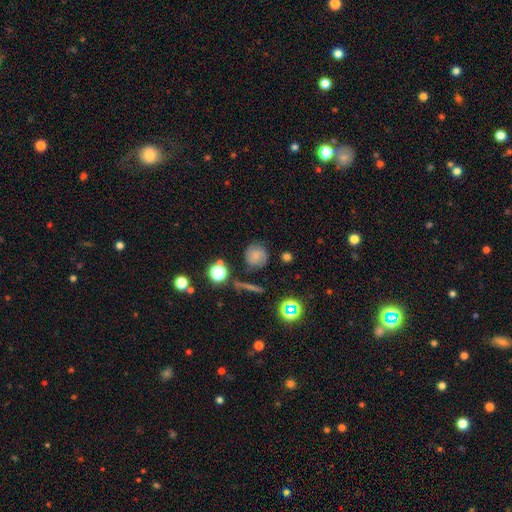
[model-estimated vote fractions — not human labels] Q: Smooth or featured?
A: smooth (61%); runner-up: featured or disk (24%)
Q: How rounded?
A: round (87%); runner-up: in between (11%)
Q: Merging?
A: none (72%); runner-up: minor disturbance (16%)